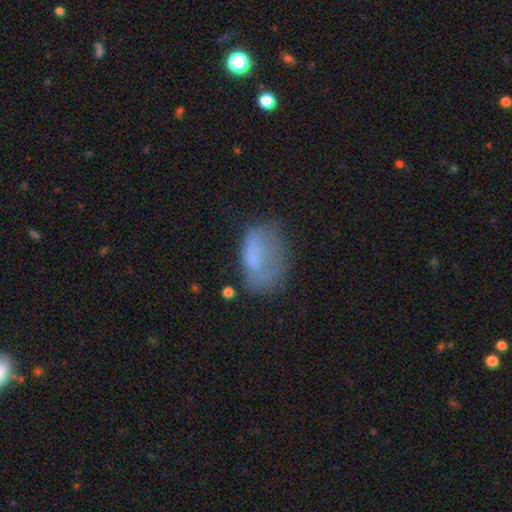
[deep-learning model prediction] A smooth galaxy with no disk features (63%) that is in between round and cigar-shaped (86%). Merging: none (35%).